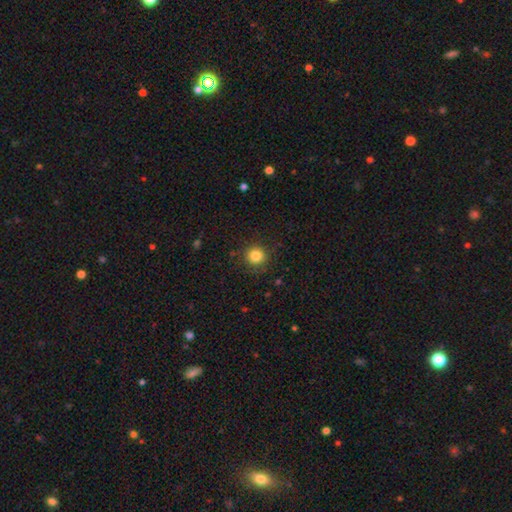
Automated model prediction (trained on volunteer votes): Smooth or featured? Predicted: smooth (p=0.84). How rounded? Predicted: round (p=0.94). Merging? Predicted: none (p=0.88).